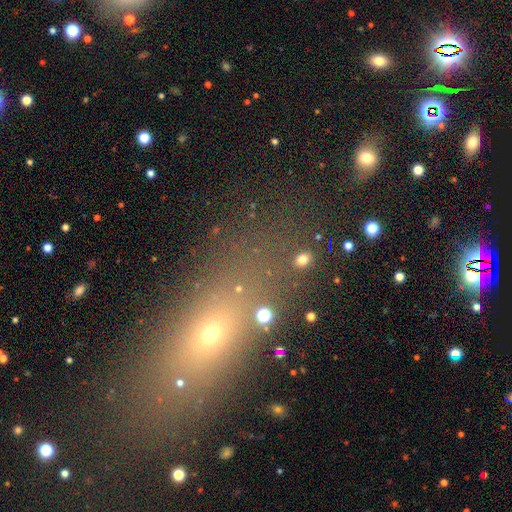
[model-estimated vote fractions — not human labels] Overall: smooth (51%; star or artifact 31%). How rounded: in between (54%; cigar-shaped 28%). Merging: none (78%).